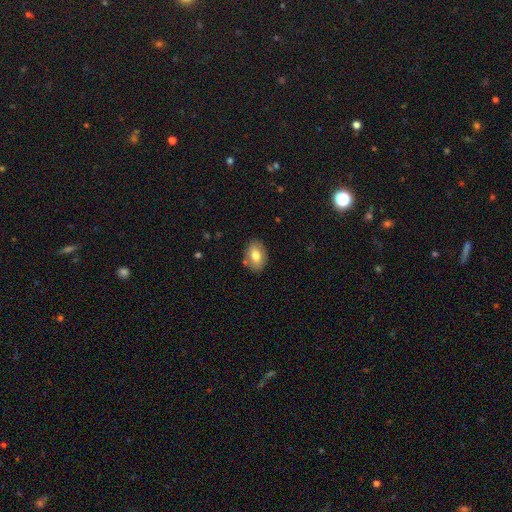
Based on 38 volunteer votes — This appears to be a smooth galaxy with no disk features (76%) that is in between round and cigar-shaped (93%). Merging: none (86%).